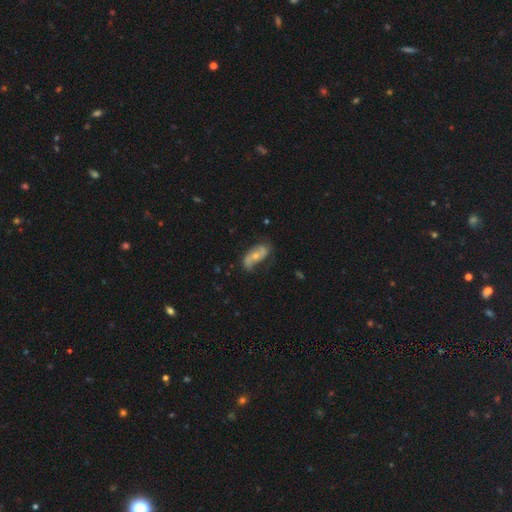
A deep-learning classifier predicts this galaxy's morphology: Smooth or featured? featured or disk (59%)
Edge-on disk? no (91%)
Bar? no (64%)
Spiral arms? yes (76%)
Bulge size? moderate (49%)
Merging? none (55%)